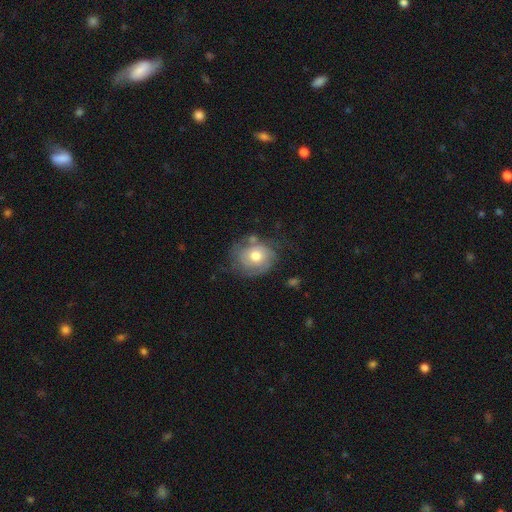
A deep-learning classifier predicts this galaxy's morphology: featured or disk 50%, smooth 42%, star or artifact 8%. Down the decision tree: edge-on disk — no (96%); merging — none (54%).